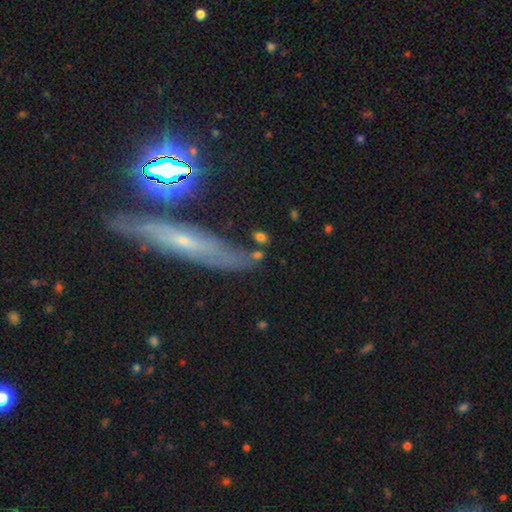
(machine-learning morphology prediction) The model was most divided on "how rounded": cigar-shaped: 41%, in between: 38%, round: 21%. More confident: merging — none (64%); smooth or featured — smooth (52%).